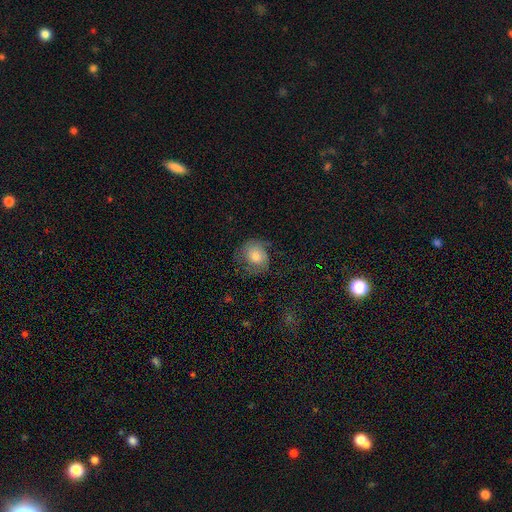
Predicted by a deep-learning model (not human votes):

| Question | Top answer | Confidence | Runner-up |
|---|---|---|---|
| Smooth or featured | smooth | 64% | featured or disk (27%) |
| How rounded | round | 72% | in between (27%) |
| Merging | none | 52% | minor disturbance (27%) |